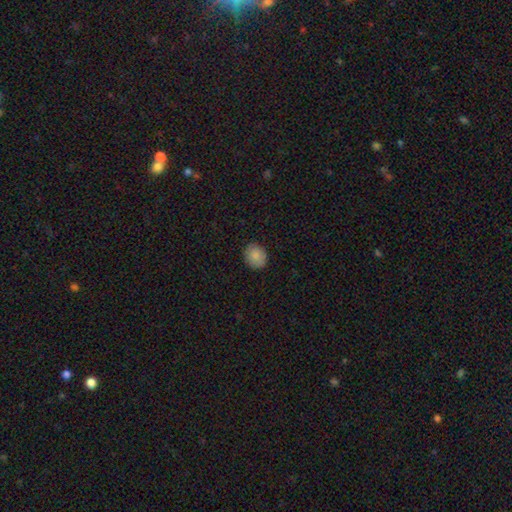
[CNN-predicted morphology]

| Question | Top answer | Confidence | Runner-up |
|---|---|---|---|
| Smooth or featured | smooth | 86% | star or artifact (8%) |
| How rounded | round | 59% | in between (40%) |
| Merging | none | 87% | minor disturbance (10%) |